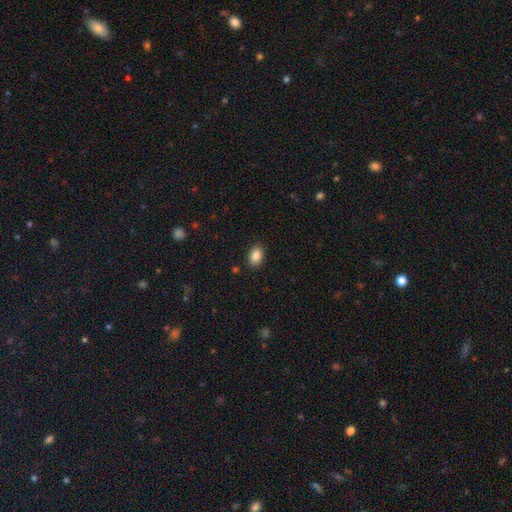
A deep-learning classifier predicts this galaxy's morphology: Overall: smooth (87%). How rounded: in between (84%). Merging: none (89%).